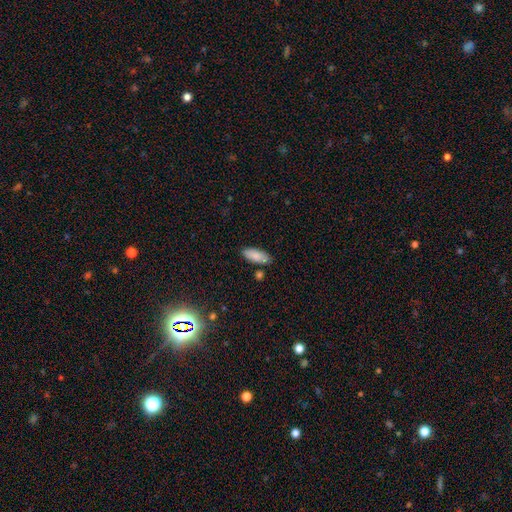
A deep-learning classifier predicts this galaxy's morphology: This is clearly a smooth galaxy (85%). How rounded: clearly in between (80%). Merging: likely none (79%).